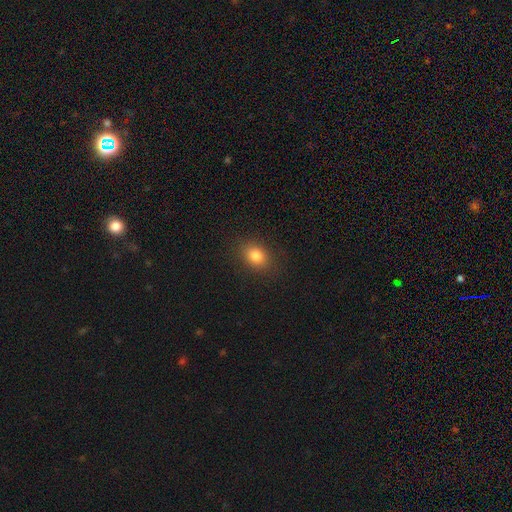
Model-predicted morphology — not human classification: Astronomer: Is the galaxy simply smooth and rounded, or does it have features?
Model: smooth — 82%.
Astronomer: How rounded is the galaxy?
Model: in between — 60% (runner-up: round, 38%).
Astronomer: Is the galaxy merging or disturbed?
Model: none — 87%.